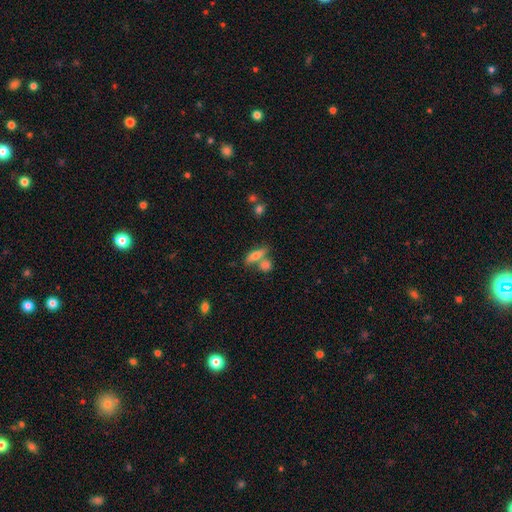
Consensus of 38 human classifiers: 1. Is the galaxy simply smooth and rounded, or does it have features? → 71% smooth, 24% featured or disk, 5% star or artifact.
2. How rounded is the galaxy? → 56% cigar-shaped, 44% in between, 0% round.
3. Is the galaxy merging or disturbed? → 56% none, 28% merger, 14% minor disturbance, 3% major disturbance.